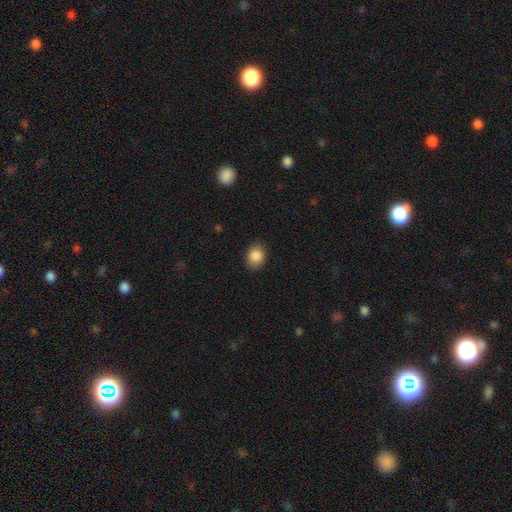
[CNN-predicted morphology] This is clearly a smooth galaxy (87%). How rounded: possibly round (56%). Merging: clearly none (82%).